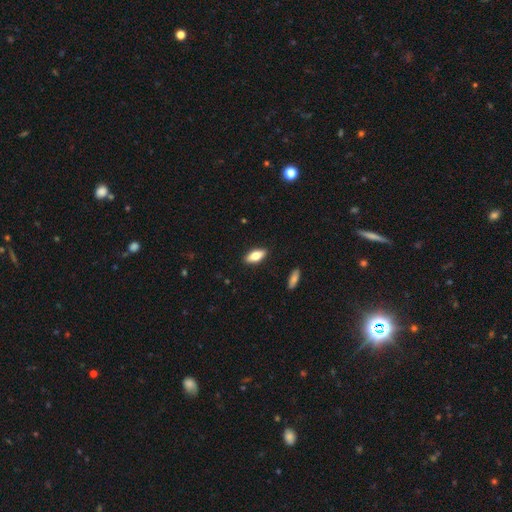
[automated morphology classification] A smooth galaxy with no disk features (72%) that is in between round and cigar-shaped (80%).

Vote fractions:
- Smooth or featured? smooth: 72% / featured or disk: 21% / star or artifact: 7%
- How rounded? in between: 80% / cigar-shaped: 17% / round: 3%
- Merging? none: 89% / minor disturbance: 8% / major disturbance: 2% / merger: 1%